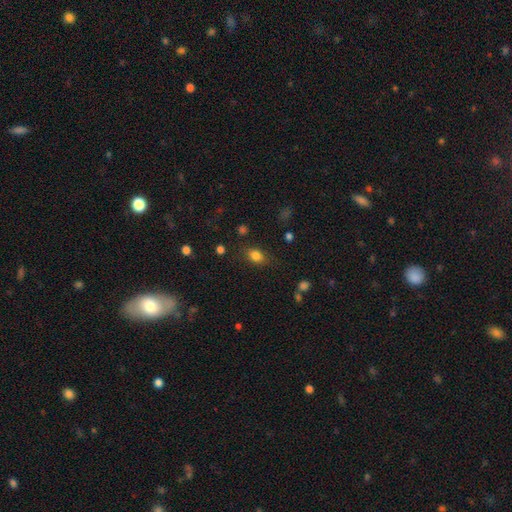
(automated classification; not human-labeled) Q: Smooth or featured?
A: smooth (83%); runner-up: star or artifact (11%)
Q: How rounded?
A: in between (71%); runner-up: round (28%)
Q: Merging?
A: none (78%); runner-up: minor disturbance (14%)